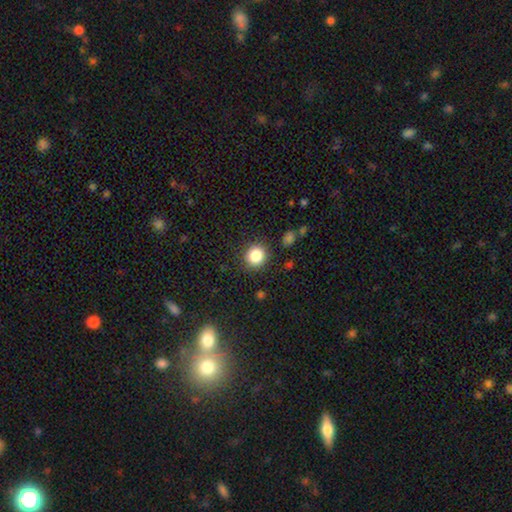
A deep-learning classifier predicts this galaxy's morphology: Smooth or featured? smooth (85%)
How rounded? round (88%)
Merging? none (88%)